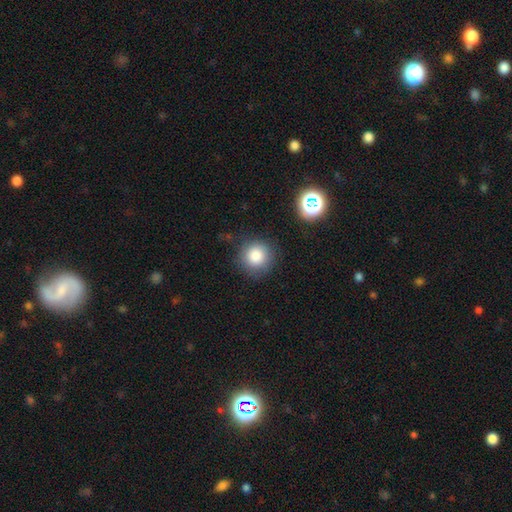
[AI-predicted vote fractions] smooth-or-featured: smooth: 83% | star or artifact: 11% | featured or disk: 6%
  how-rounded: round: 93% | in between: 7% | cigar-shaped: 1%
  merging: none: 82% | minor disturbance: 12% | major disturbance: 4% | merger: 2%